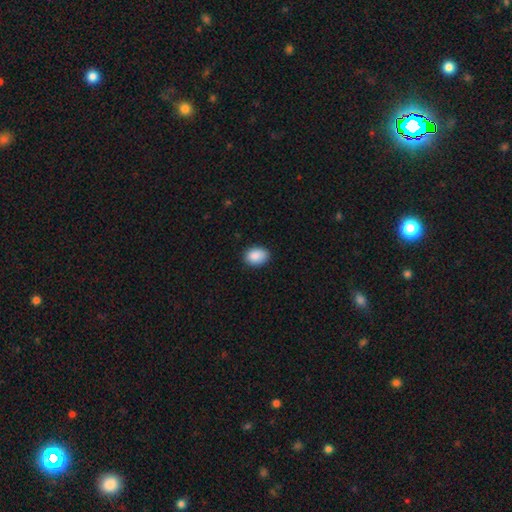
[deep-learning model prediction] A smooth galaxy with no disk features (89%) that is in between round and cigar-shaped (76%).

Vote fractions:
- Smooth or featured? smooth: 89% / star or artifact: 7% / featured or disk: 3%
- How rounded? in between: 76% / round: 22% / cigar-shaped: 1%
- Merging? none: 85% / minor disturbance: 12% / major disturbance: 2% / merger: 1%